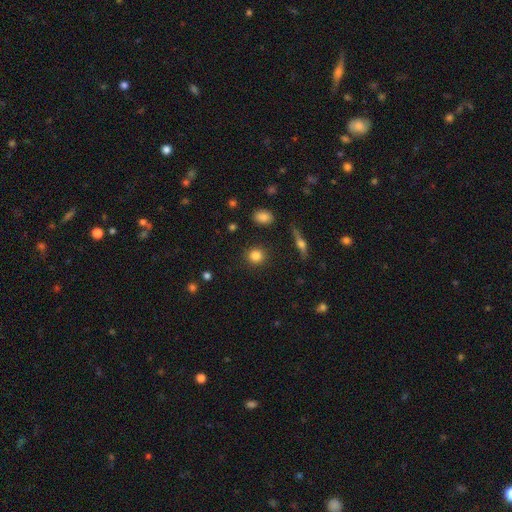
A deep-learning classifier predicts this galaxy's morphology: smooth 84%, star or artifact 9%, featured or disk 7%. Down the decision tree: how rounded — round (90%); merging — none (90%).